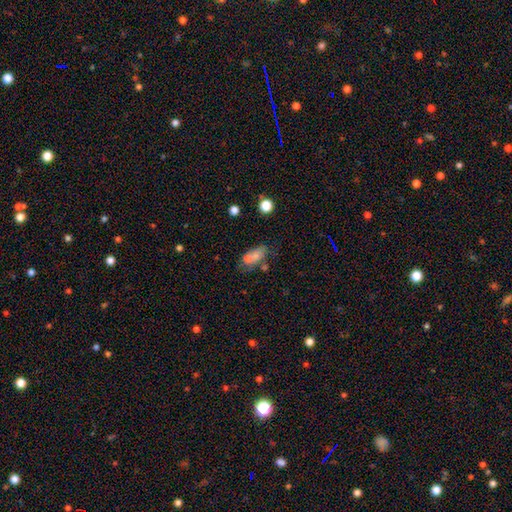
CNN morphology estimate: The model was most divided on "merging": none: 42%, merger: 33%, minor disturbance: 16%, major disturbance: 9%. More confident: how rounded — in between (70%); smooth or featured — smooth (61%).